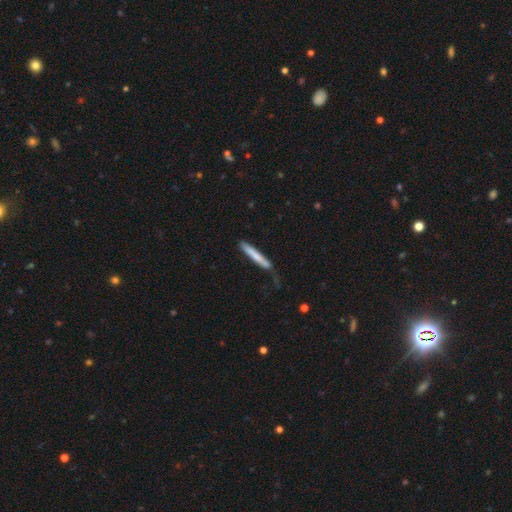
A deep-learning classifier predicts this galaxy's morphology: type=smooth (68%); roundness=cigar-shaped (95%); merging=none (69%).